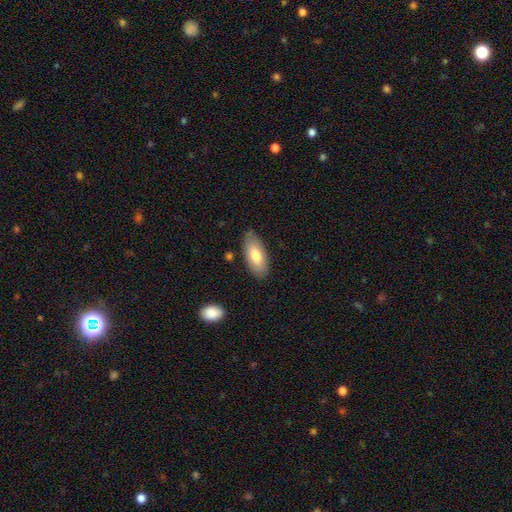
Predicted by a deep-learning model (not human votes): Smooth or featured: smooth — 74% (featured or disk — 20%)
How rounded: in between — 88% (cigar-shaped — 10%)
Merging: none — 81% (minor disturbance — 14%)